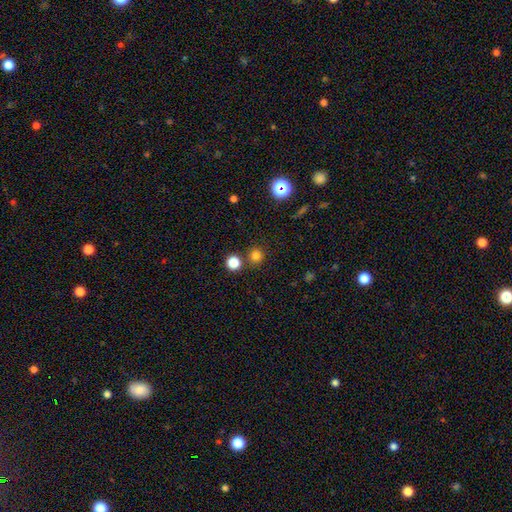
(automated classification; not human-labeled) smooth_or_featured: smooth (p=0.78) [alt: star or artifact p=0.18]
how_rounded: round (p=0.93) [alt: in between p=0.06]
merging: none (p=0.80) [alt: merger p=0.11]